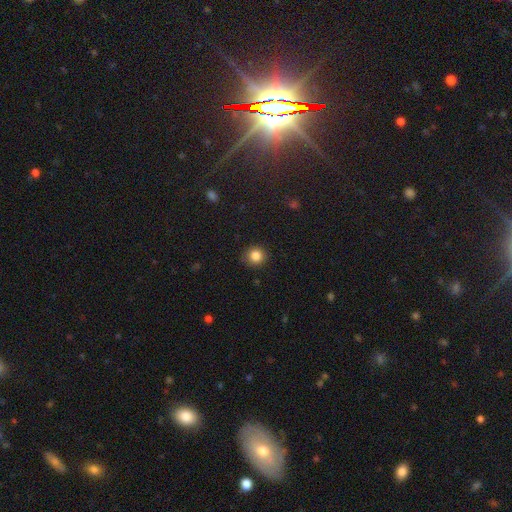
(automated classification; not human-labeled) Smooth or featured? Predicted: smooth (p=0.85). How rounded? Predicted: round (p=0.91). Merging? Predicted: none (p=0.89).